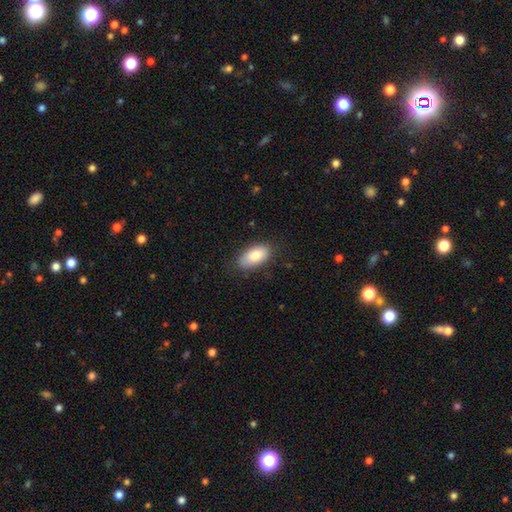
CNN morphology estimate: Smooth or featured: smooth — 80% (featured or disk — 14%)
How rounded: in between — 92% (cigar-shaped — 4%)
Merging: none — 83% (minor disturbance — 13%)